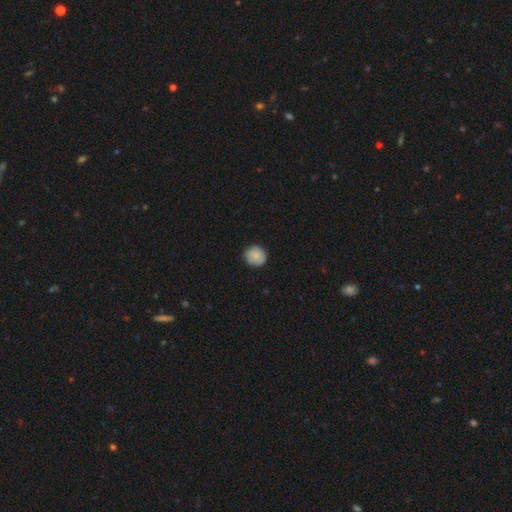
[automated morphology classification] Smooth or featured? Predicted: smooth (p=0.85). How rounded? Predicted: round (p=0.84). Merging? Predicted: none (p=0.84).